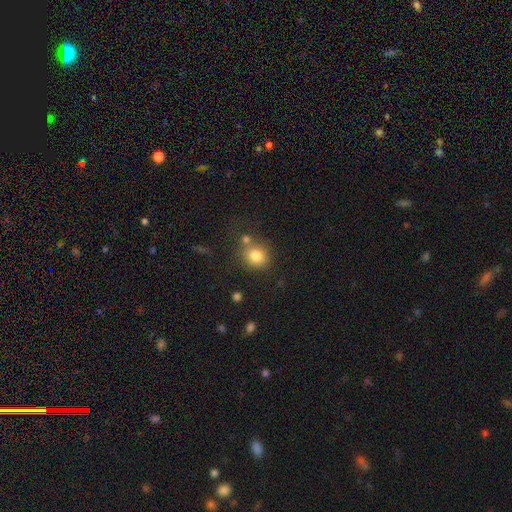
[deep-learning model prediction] This appears to be a smooth galaxy with no disk features (82%) that is round (74%). Merging: none (65%).